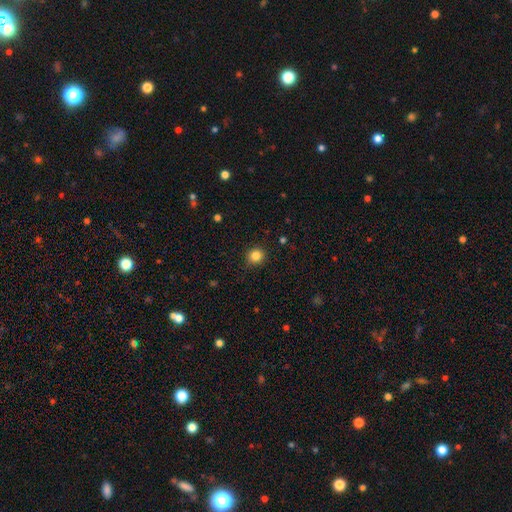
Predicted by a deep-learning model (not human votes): smooth 84%, star or artifact 11%, featured or disk 4%. Down the decision tree: how rounded — round (91%); merging — none (90%).